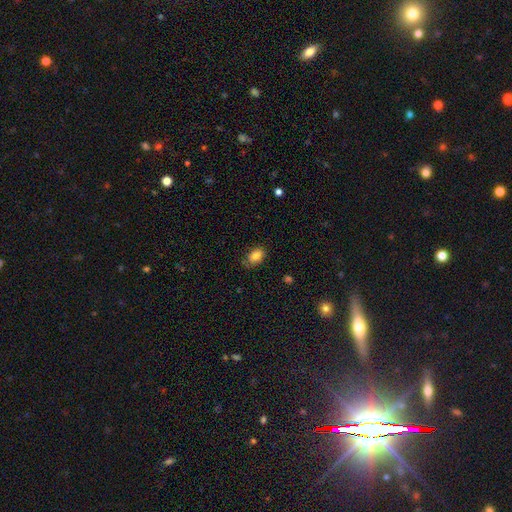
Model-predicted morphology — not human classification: smooth-or-featured: smooth: 83% | featured or disk: 9% | star or artifact: 9%
  how-rounded: in between: 86% | round: 12% | cigar-shaped: 1%
  merging: none: 71% | minor disturbance: 22% | major disturbance: 5% | merger: 2%